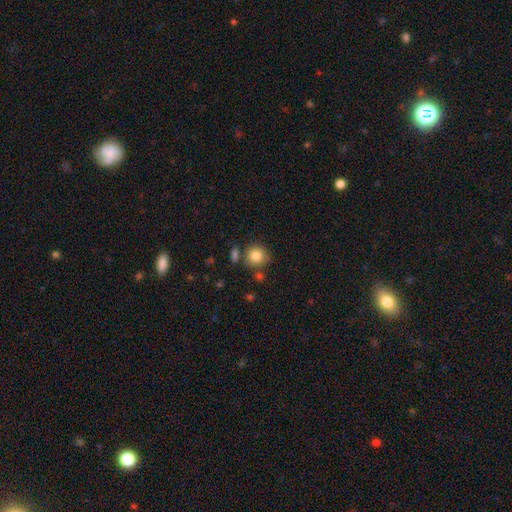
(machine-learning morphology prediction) Q: Smooth or featured?
A: smooth (84%); runner-up: star or artifact (9%)
Q: How rounded?
A: round (89%); runner-up: in between (10%)
Q: Merging?
A: none (74%); runner-up: minor disturbance (13%)